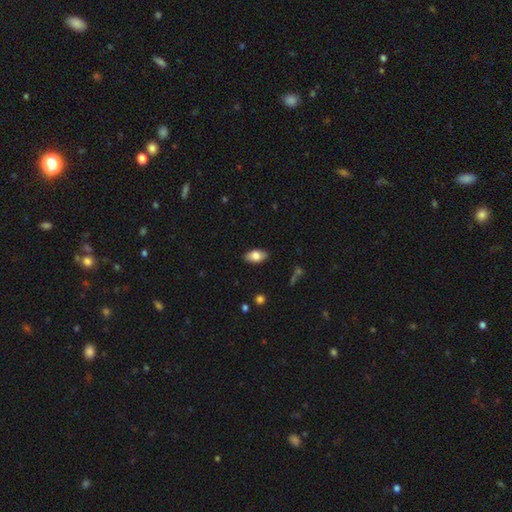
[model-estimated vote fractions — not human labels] smooth-or-featured: smooth: 80% | featured or disk: 13% | star or artifact: 7%
  how-rounded: in between: 92% | round: 5% | cigar-shaped: 4%
  merging: none: 87% | minor disturbance: 10% | major disturbance: 2% | merger: 1%